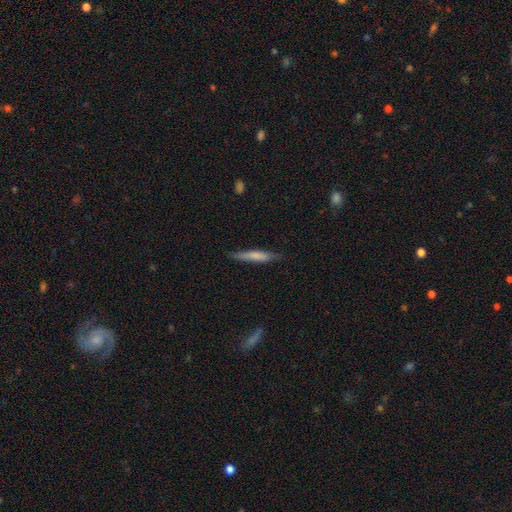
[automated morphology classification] This appears to be a smooth galaxy with no disk features (69%) that is cigar-shaped (90%). Merging: none (79%).